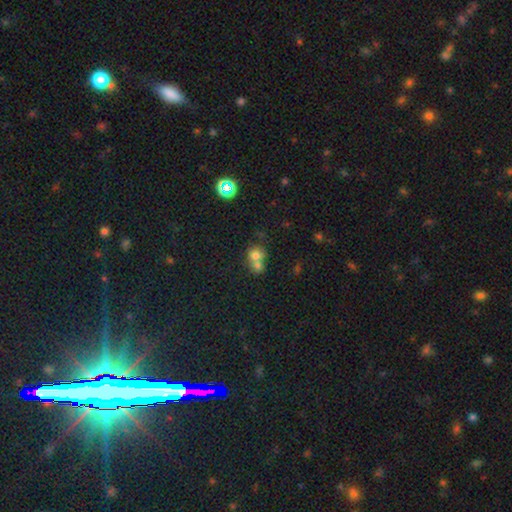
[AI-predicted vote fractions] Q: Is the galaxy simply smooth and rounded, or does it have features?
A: smooth — 72%.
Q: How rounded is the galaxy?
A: round — 76%.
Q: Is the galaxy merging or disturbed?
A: merger — 62%.